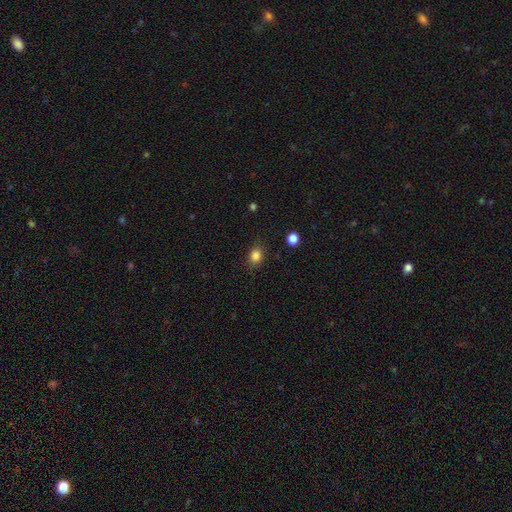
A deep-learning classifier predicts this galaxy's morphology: The model was most divided on "how rounded": round: 56%, in between: 43%, cigar-shaped: 1%. More confident: smooth or featured — smooth (84%); merging — none (84%).